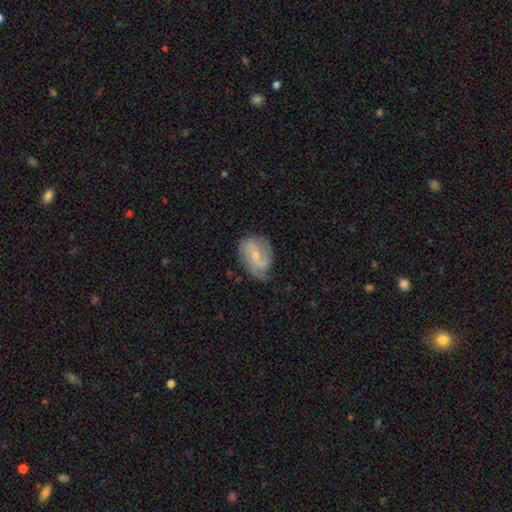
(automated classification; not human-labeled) smooth_or_featured: featured or disk (p=0.81) [alt: smooth p=0.14]
disk_edge_on: no (p=0.97) [alt: yes p=0.03]
bar: weak (p=0.48) [alt: no p=0.33]
has_spiral_arms: yes (p=0.95) [alt: no p=0.05]
spiral_winding: medium (p=0.47) [alt: tight p=0.31]
spiral_arm_count: 2 (p=0.54) [alt: 3 p=0.21]
bulge_size: small (p=0.62) [alt: moderate p=0.34]
merging: none (p=0.65) [alt: minor disturbance p=0.25]